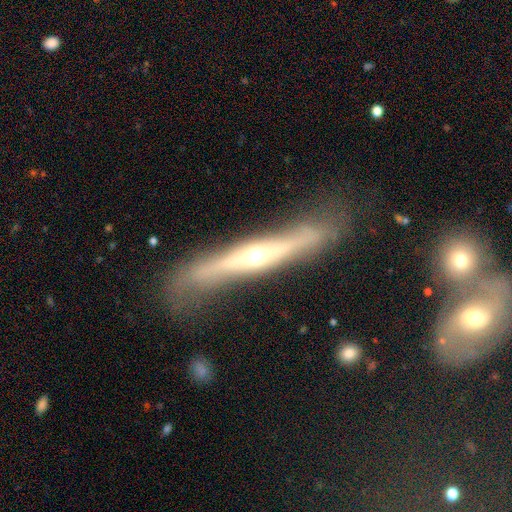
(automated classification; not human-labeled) The model was most divided on "merging": none: 65%, minor disturbance: 23%, major disturbance: 9%, merger: 3%. More confident: edge-on bulge — rounded (86%); edge-on disk — yes (80%); smooth or featured — featured or disk (77%).